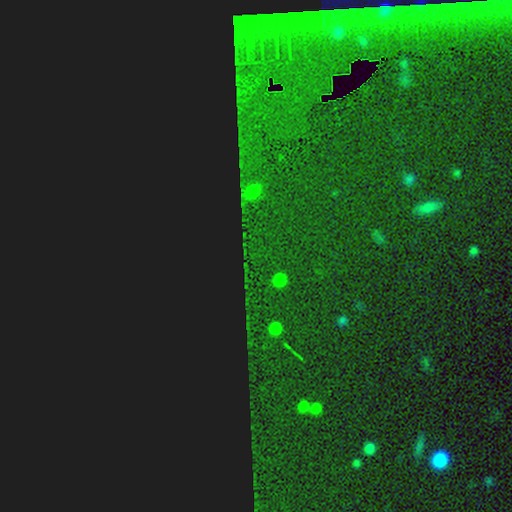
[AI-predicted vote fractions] smooth-or-featured: star or artifact: 85% | smooth: 8% | featured or disk: 7%